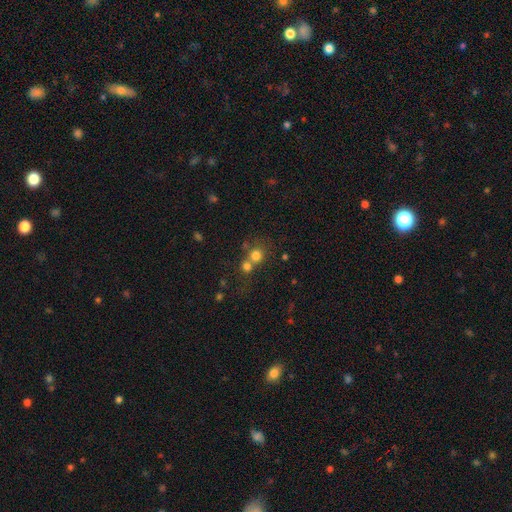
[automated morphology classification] Smooth or featured? smooth (74%)
How rounded? round (86%)
Merging? merger (45%, tied with none)